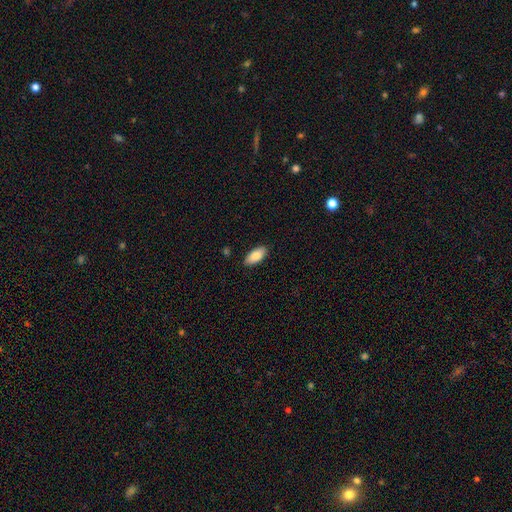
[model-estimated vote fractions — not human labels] A smooth galaxy with no disk features (85%) that is in between round and cigar-shaped (90%). Merging: none (88%).